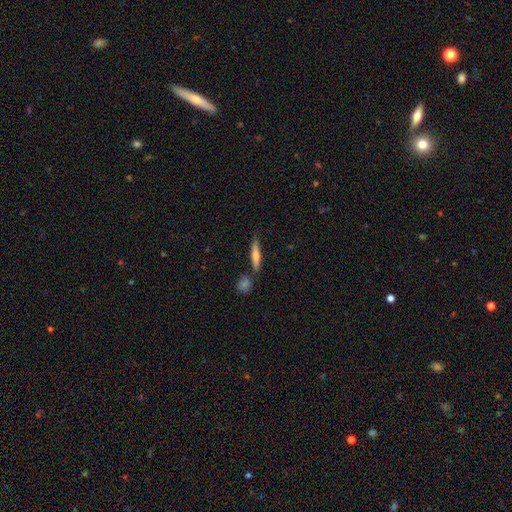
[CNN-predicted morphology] smooth 60%, featured or disk 34%, star or artifact 6%. Down the decision tree: how rounded — cigar-shaped (87%); merging — none (76%).